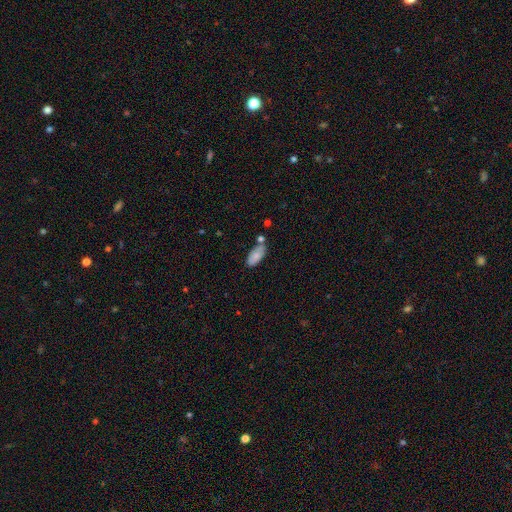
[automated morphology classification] Smooth or featured?
  - smooth: 81% *
  - featured or disk: 12%
  - star or artifact: 7%
How rounded?
  - in between: 87% *
  - cigar-shaped: 11%
  - round: 2%
Merging?
  - none: 64% *
  - minor disturbance: 18%
  - merger: 13%
  - major disturbance: 4%